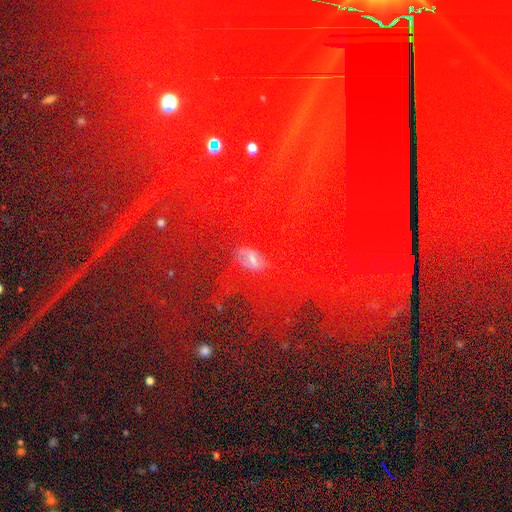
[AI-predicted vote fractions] Smooth or featured? Predicted: star or artifact (p=0.75).